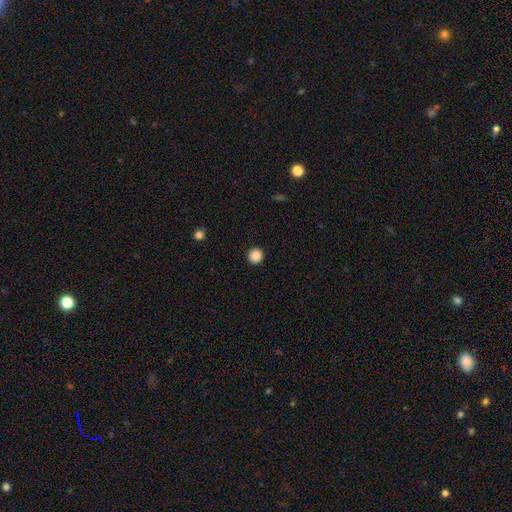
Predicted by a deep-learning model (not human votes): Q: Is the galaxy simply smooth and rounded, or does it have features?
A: smooth — 88%.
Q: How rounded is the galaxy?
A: round — 96%.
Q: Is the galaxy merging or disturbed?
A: none — 94%.